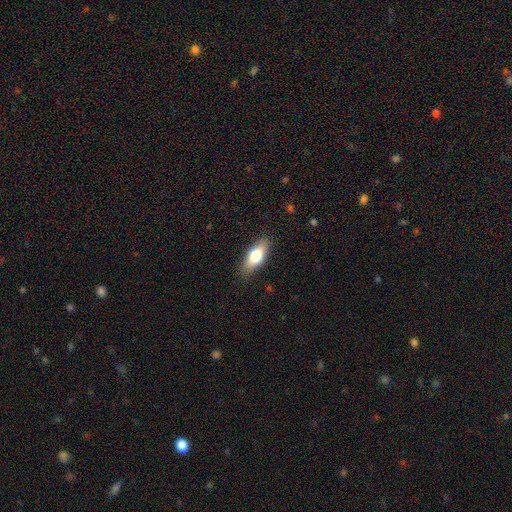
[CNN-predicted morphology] A smooth galaxy with no disk features (70%) that is in between round and cigar-shaped (73%). Merging: none (84%).